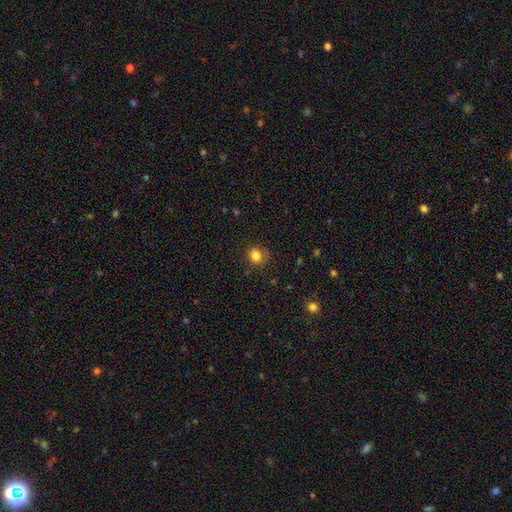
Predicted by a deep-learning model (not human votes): A smooth galaxy with no disk features (82%) that is round (74%). Merging: none (74%).